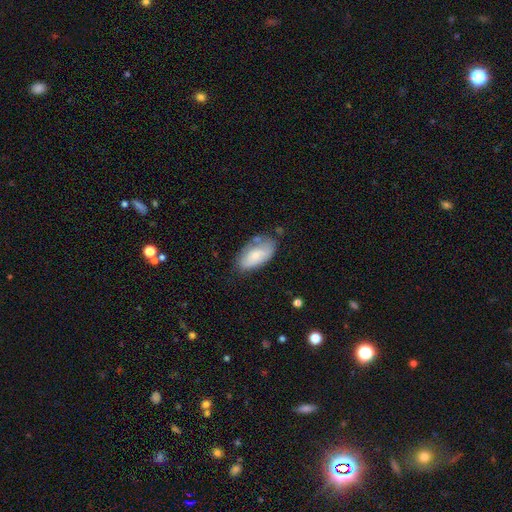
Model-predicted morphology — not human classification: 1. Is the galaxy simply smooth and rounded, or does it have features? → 63% smooth, 30% featured or disk, 7% star or artifact.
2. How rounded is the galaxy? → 93% in between, 4% cigar-shaped, 3% round.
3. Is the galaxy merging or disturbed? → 52% none, 31% minor disturbance, 11% major disturbance, 6% merger.